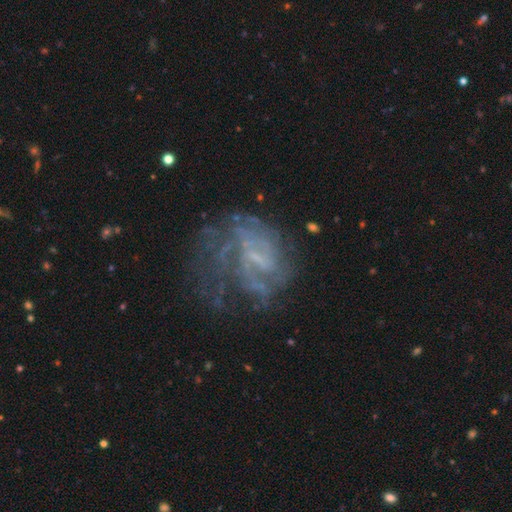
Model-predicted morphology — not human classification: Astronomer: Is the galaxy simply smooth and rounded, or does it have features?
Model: featured or disk — 73%.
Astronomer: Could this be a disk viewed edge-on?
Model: no — 97%.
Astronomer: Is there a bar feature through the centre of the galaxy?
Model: weak — 45% (runner-up: no, 40%).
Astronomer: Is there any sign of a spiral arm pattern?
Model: yes — 70%.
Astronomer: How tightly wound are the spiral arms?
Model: tight — 38% (runner-up: medium, 36%).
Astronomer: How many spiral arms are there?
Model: can't tell — 54%.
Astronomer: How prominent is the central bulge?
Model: none — 47% (runner-up: small, 38%).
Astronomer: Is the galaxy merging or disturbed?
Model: none — 45% (runner-up: major disturbance, 33%).